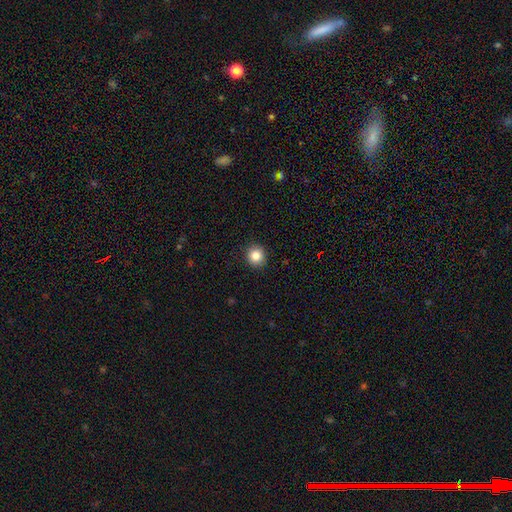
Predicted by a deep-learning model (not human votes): The model was most divided on "smooth or featured": smooth: 85%, star or artifact: 10%, featured or disk: 5%. More confident: merging — none (91%); how rounded — round (89%).